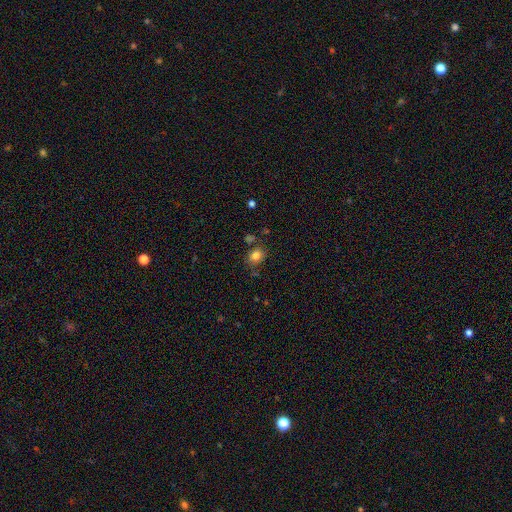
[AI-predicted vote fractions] smooth 81%, star or artifact 12%, featured or disk 7%. Down the decision tree: how rounded — round (58%); merging — none (75%).